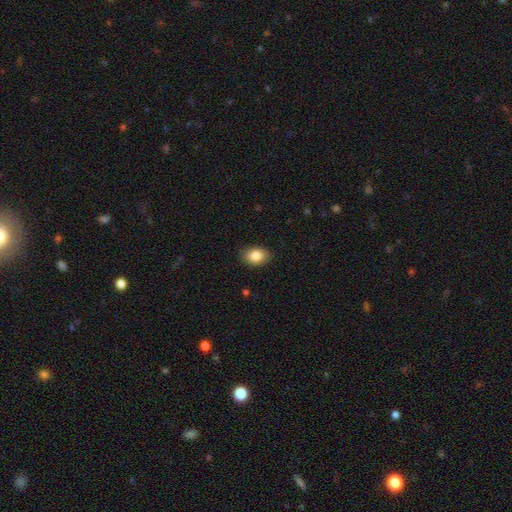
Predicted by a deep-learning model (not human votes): Smooth or featured? Predicted: smooth (p=0.85). How rounded? Predicted: in between (p=0.79). Merging? Predicted: none (p=0.87).